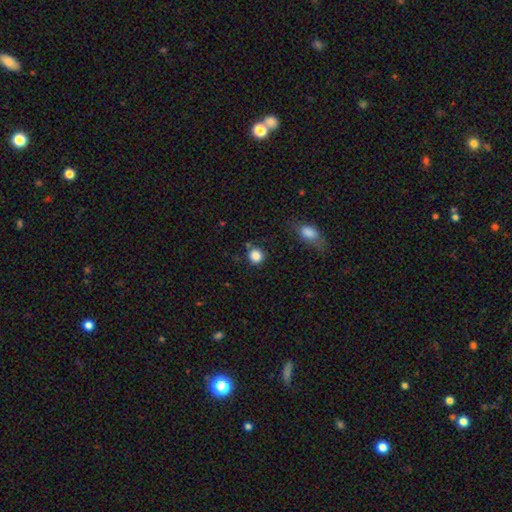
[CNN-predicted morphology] This is clearly a smooth galaxy (86%). How rounded: clearly round (89%). Merging: clearly none (81%).